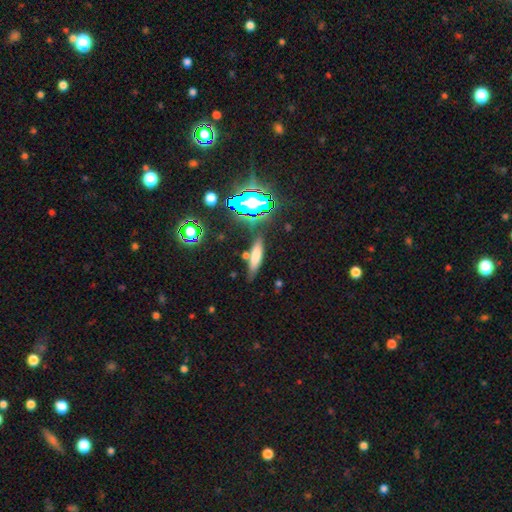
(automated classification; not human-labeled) Smooth or featured: smooth — 64% (featured or disk — 20%)
How rounded: cigar-shaped — 67% (in between — 29%)
Merging: none — 74% (minor disturbance — 14%)